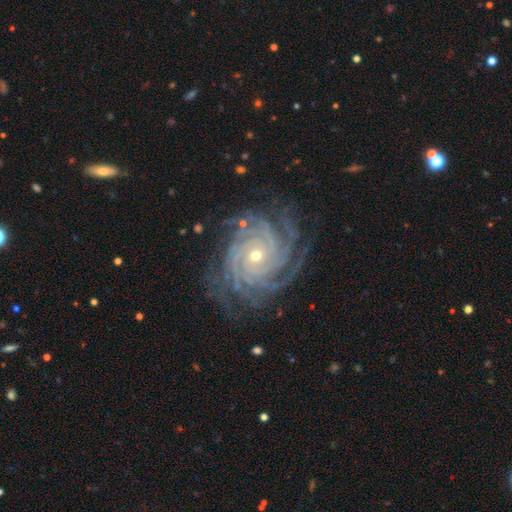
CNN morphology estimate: Overall: featured or disk (92%). Edge-on disk: no (98%). Bar: no (71%). Spiral arms: yes (99%). Spiral arm count: more than 4 (37%; 4 25%). Spiral winding: tight (84%). Bulge size: small (61%; moderate 37%). Merging: none (80%).